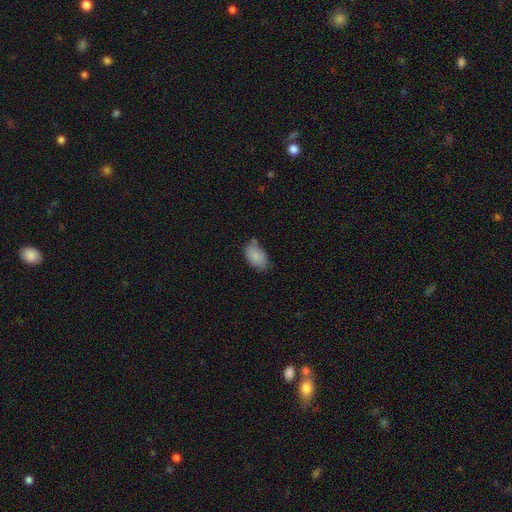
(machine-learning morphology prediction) Smooth or featured? smooth (87%)
How rounded? in between (92%)
Merging? none (60%)